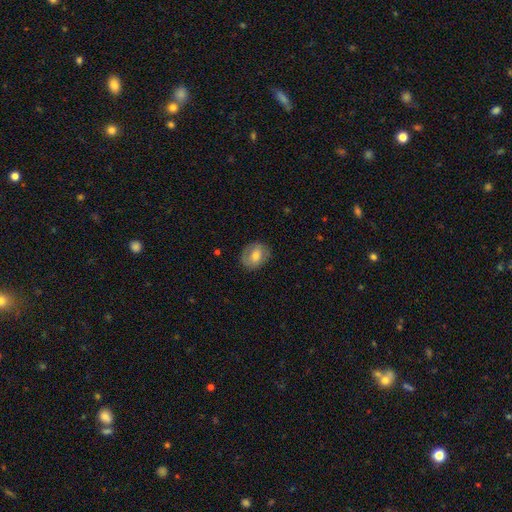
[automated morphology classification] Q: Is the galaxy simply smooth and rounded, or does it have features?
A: smooth — 57%.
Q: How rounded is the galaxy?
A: round — 51%.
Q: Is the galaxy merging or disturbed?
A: none — 79%.